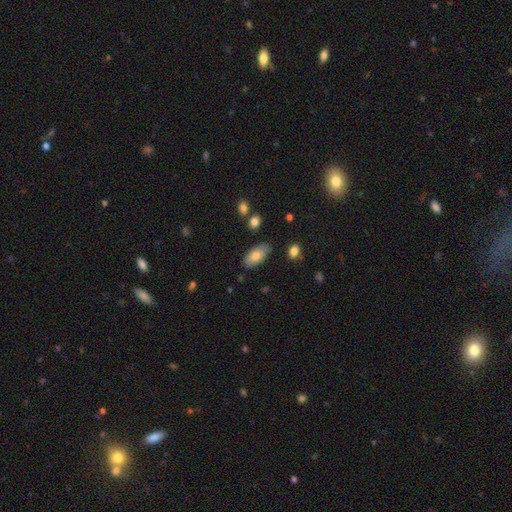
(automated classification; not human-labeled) Q: Smooth or featured?
A: smooth (80%); runner-up: featured or disk (14%)
Q: How rounded?
A: in between (91%); runner-up: cigar-shaped (6%)
Q: Merging?
A: none (81%); runner-up: minor disturbance (13%)